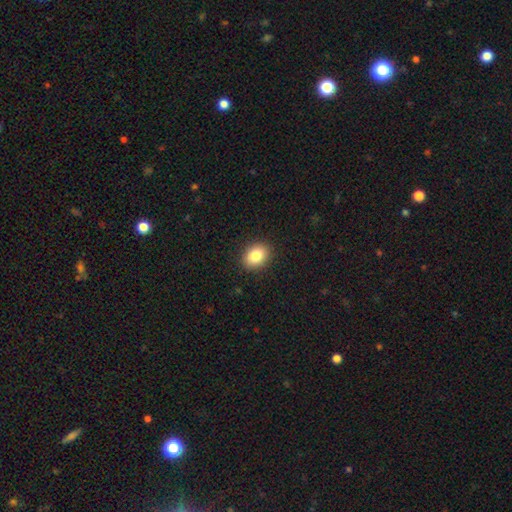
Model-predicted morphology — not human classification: The model was most divided on "how rounded": in between: 66%, round: 33%, cigar-shaped: 1%. More confident: merging — none (90%); smooth or featured — smooth (84%).